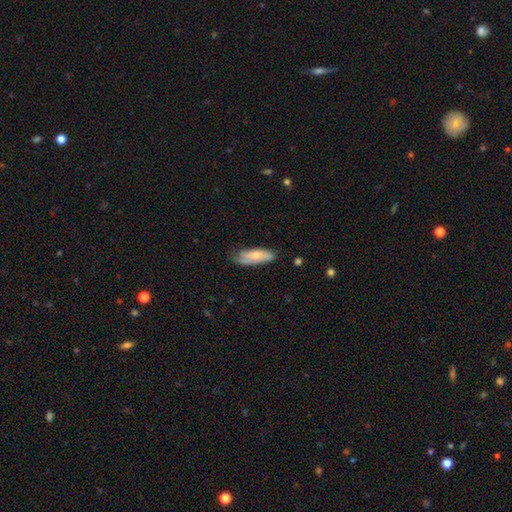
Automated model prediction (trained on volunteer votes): smooth 59%, featured or disk 35%, star or artifact 6%. Down the decision tree: how rounded — in between (62%); merging — none (59%).